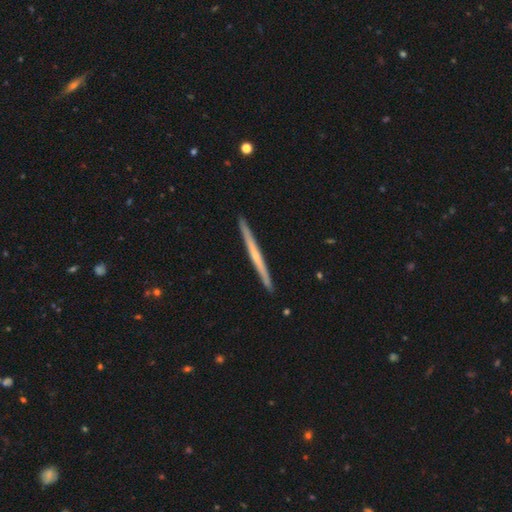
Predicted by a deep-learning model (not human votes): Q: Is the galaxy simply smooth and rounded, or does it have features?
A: featured or disk — 63%.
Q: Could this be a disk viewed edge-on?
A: yes — 98%.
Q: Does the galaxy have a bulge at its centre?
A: none — 68%.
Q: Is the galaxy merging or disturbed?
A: none — 92%.